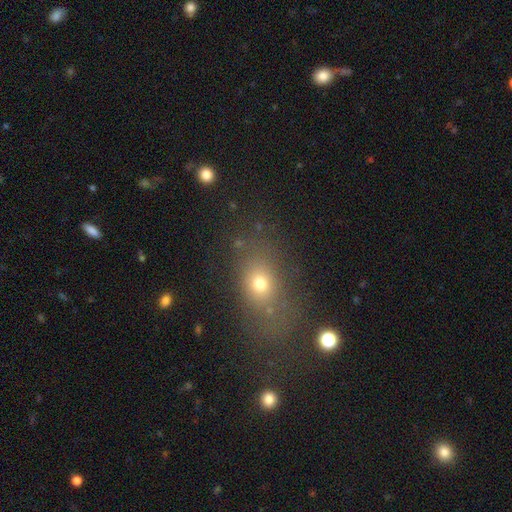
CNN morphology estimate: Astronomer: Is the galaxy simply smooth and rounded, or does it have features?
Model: smooth — 56%.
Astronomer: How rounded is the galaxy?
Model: in between — 63%.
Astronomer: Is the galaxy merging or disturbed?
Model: none — 80%.